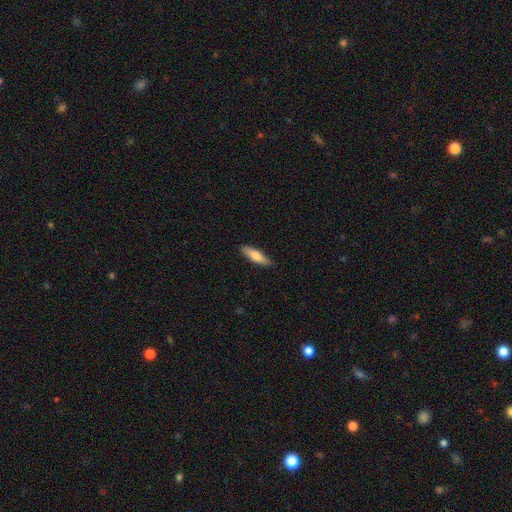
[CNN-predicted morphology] This appears to be a smooth galaxy with no disk features (77%) that is cigar-shaped (59%). Merging: none (86%).